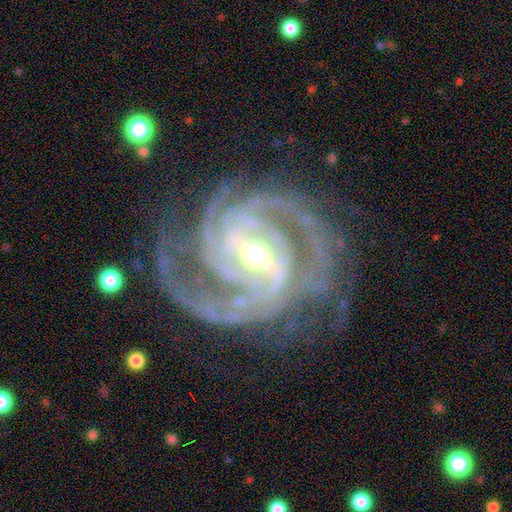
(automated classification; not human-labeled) smooth_or_featured: featured or disk (p=0.93) [alt: star or artifact p=0.04]
disk_edge_on: no (p=0.98) [alt: yes p=0.02]
bar: strong (p=0.47) [alt: weak p=0.31]
has_spiral_arms: yes (p=0.98) [alt: no p=0.02]
spiral_winding: tight (p=0.44) [tied with: medium p=0.44]
spiral_arm_count: 2 (p=0.40) [alt: 3 p=0.22]
bulge_size: moderate (p=0.63) [alt: small p=0.28]
merging: none (p=0.67) [alt: minor disturbance p=0.15]